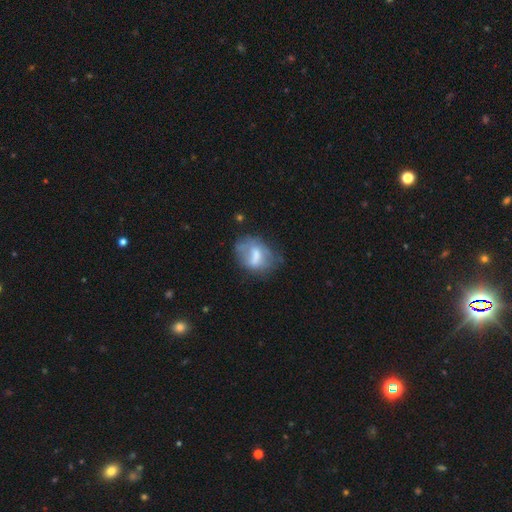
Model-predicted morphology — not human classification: Smooth or featured: smooth — 53% (featured or disk — 38%)
How rounded: in between — 66% (round — 32%)
Merging: none — 43% (minor disturbance — 29%)